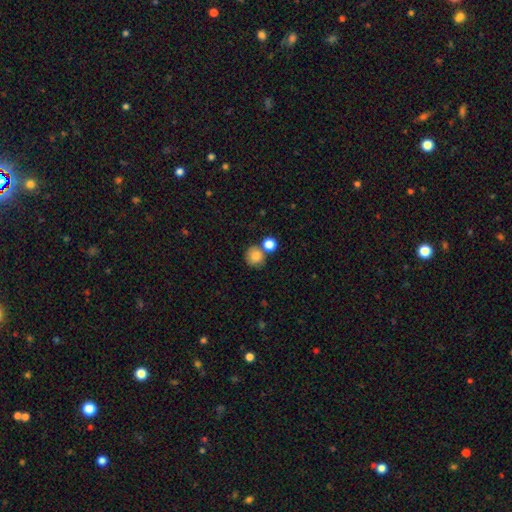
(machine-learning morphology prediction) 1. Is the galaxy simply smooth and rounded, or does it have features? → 83% smooth, 10% star or artifact, 7% featured or disk.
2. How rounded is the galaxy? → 91% round, 8% in between, 1% cigar-shaped.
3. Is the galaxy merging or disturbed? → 62% none, 24% merger, 10% minor disturbance, 3% major disturbance.